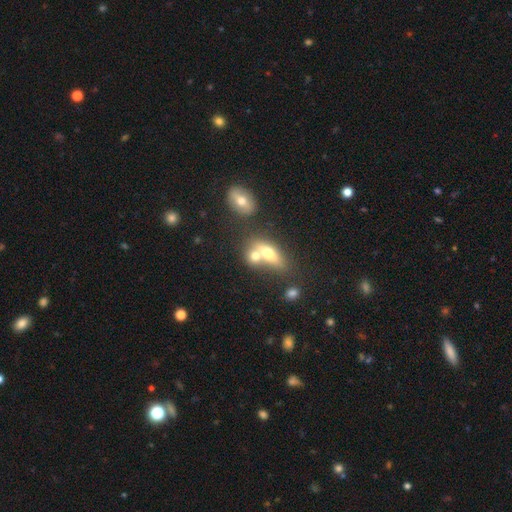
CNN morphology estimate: smooth_or_featured: smooth (p=0.66) [alt: featured or disk p=0.25]
how_rounded: in between (p=0.62) [alt: round p=0.28]
merging: merger (p=0.57) [alt: none p=0.29]